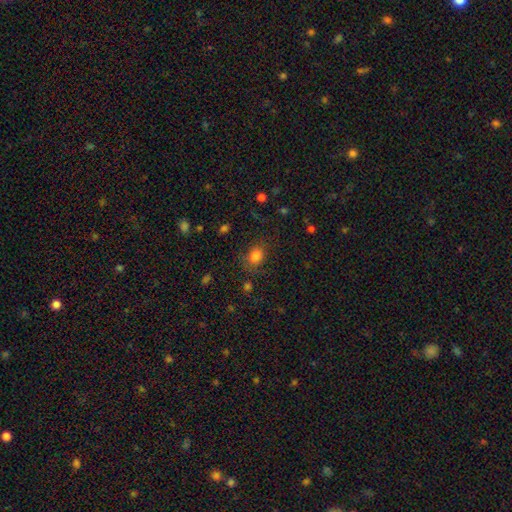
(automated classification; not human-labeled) This appears to be a smooth galaxy with no disk features (80%) that is round (61%). Merging: none (74%).